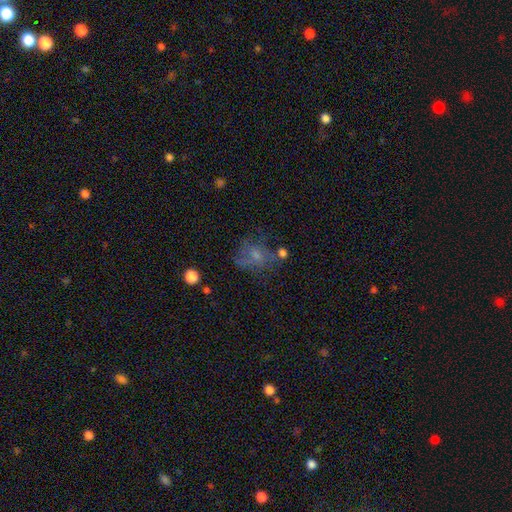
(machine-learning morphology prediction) Overall: smooth (42%; featured or disk 40%). Merging: none (41%; major disturbance 30%).